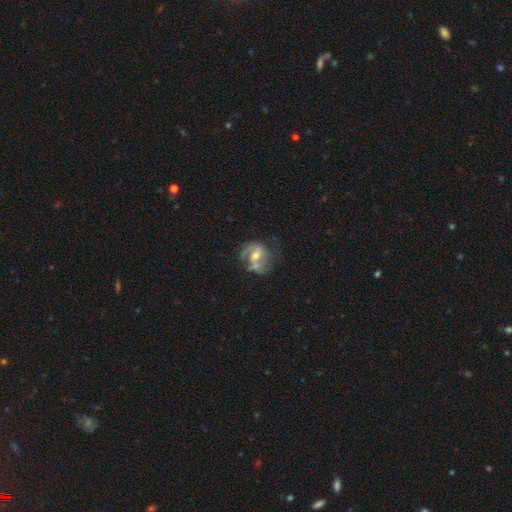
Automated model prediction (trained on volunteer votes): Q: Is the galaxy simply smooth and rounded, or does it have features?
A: featured or disk — 72%.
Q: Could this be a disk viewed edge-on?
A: no — 98%.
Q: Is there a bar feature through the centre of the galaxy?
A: weak — 45%.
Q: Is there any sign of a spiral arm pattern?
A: yes — 84%.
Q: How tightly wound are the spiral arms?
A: medium — 48%.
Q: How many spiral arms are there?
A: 2 — 66%.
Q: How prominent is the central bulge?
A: moderate — 63%.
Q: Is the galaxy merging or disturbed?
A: none — 43%.